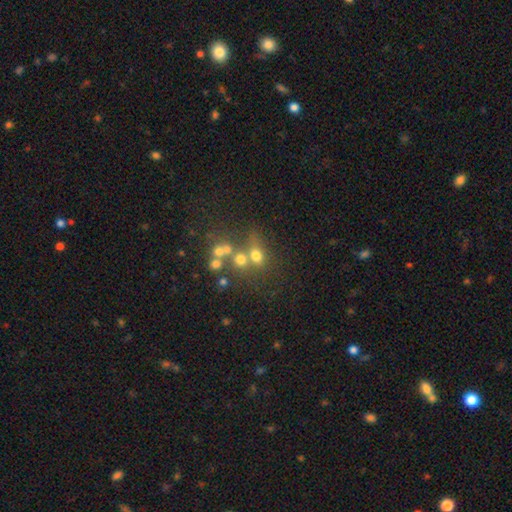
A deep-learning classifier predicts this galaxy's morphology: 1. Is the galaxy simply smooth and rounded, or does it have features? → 60% smooth, 20% featured or disk, 20% star or artifact.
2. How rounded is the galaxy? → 62% round, 36% in between, 2% cigar-shaped.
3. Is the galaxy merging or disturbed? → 42% none, 39% merger, 10% minor disturbance, 8% major disturbance.